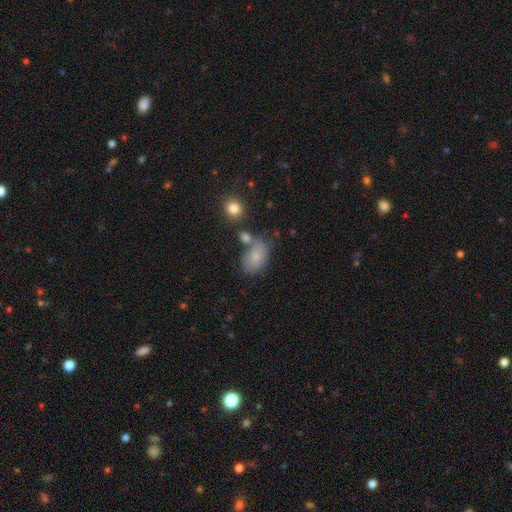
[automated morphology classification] Smooth or featured?
  - smooth: 76% *
  - featured or disk: 15%
  - star or artifact: 10%
How rounded?
  - in between: 84% *
  - round: 15%
  - cigar-shaped: 1%
Merging?
  - none: 52% *
  - minor disturbance: 21%
  - merger: 19%
  - major disturbance: 8%